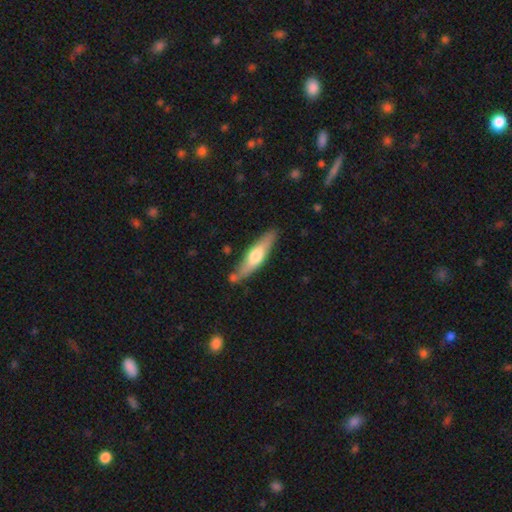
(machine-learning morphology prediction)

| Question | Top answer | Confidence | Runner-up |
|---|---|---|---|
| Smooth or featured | smooth | 52% | featured or disk (44%) |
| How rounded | cigar-shaped | 77% | in between (21%) |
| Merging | none | 77% | minor disturbance (14%) |